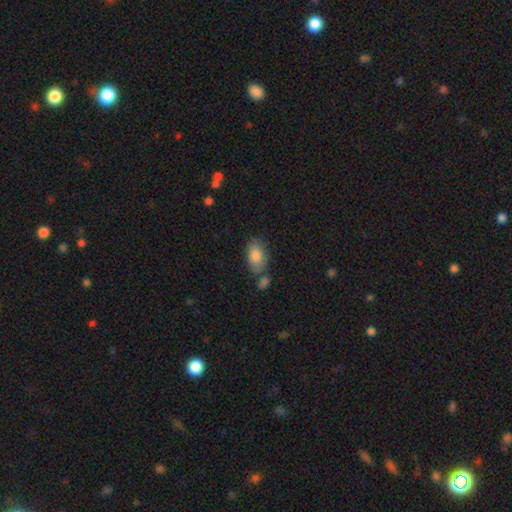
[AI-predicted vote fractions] A smooth galaxy with no disk features (84%) that is in between round and cigar-shaped (91%).

Vote fractions:
- Smooth or featured? smooth: 84% / featured or disk: 9% / star or artifact: 7%
- How rounded? in between: 91% / round: 7% / cigar-shaped: 2%
- Merging? none: 64% / minor disturbance: 18% / merger: 13% / major disturbance: 5%